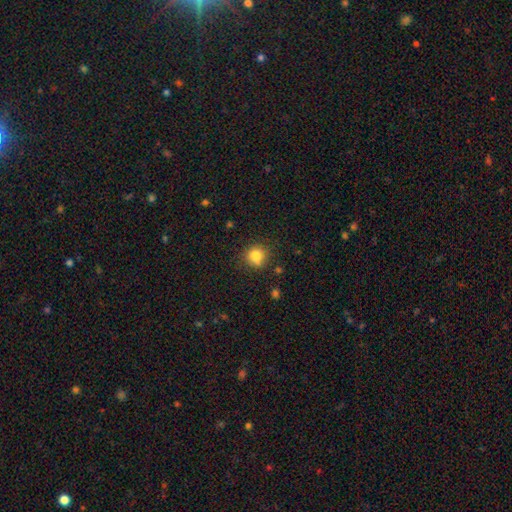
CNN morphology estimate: A smooth galaxy with no disk features (82%) that is round (88%).

Vote fractions:
- Smooth or featured? smooth: 82% / star or artifact: 11% / featured or disk: 6%
- How rounded? round: 88% / in between: 11% / cigar-shaped: 1%
- Merging? none: 80% / minor disturbance: 13% / merger: 4% / major disturbance: 3%